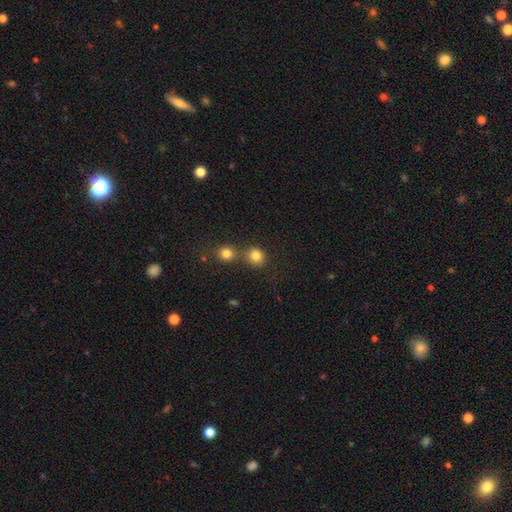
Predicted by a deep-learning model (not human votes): Overall: smooth (82%). How rounded: round (86%). Merging: none (58%; merger 31%).